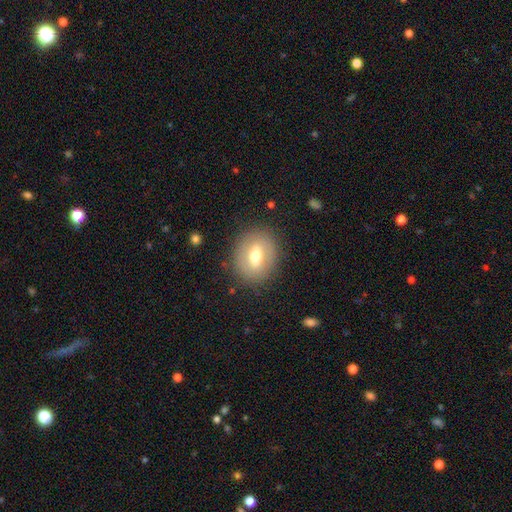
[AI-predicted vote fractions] smooth 57%, featured or disk 34%, star or artifact 8%. Down the decision tree: how rounded — round (50%); merging — none (84%).